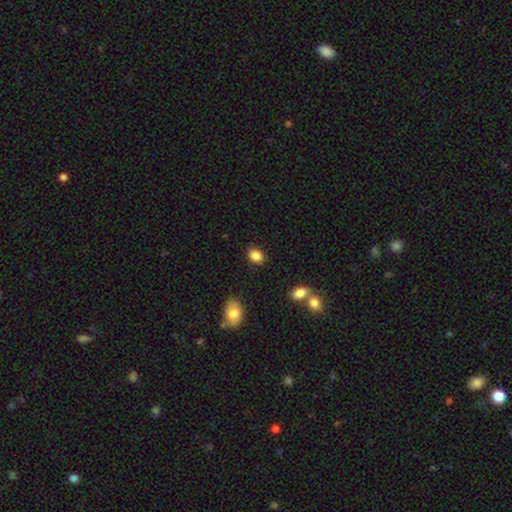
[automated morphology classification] Smooth or featured: smooth — 86% (star or artifact — 9%)
How rounded: in between — 68% (round — 30%)
Merging: none — 85% (minor disturbance — 11%)